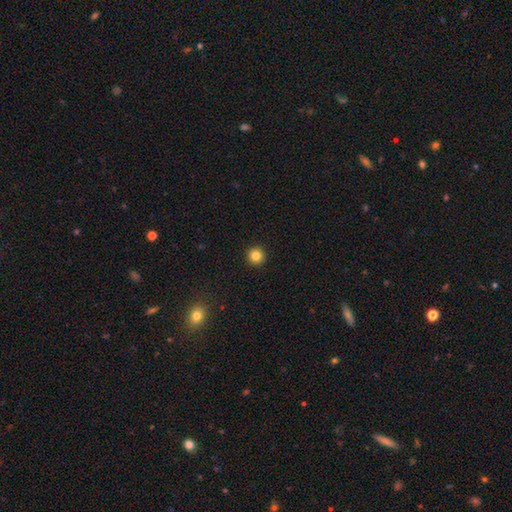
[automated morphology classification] Smooth or featured? smooth (83%)
How rounded? round (96%)
Merging? none (94%)